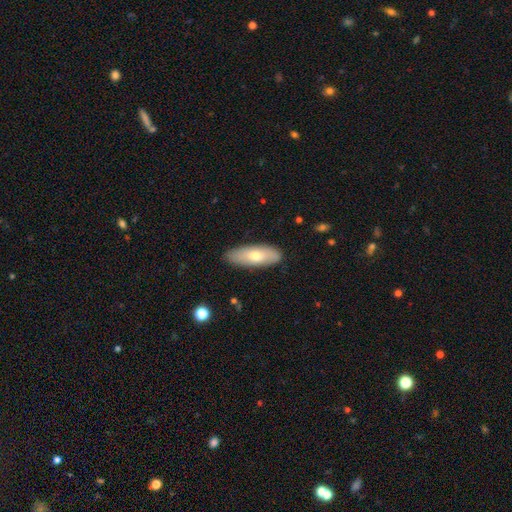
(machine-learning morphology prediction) smooth 66%, featured or disk 28%, star or artifact 6%. Down the decision tree: how rounded — in between (69%); merging — none (86%).